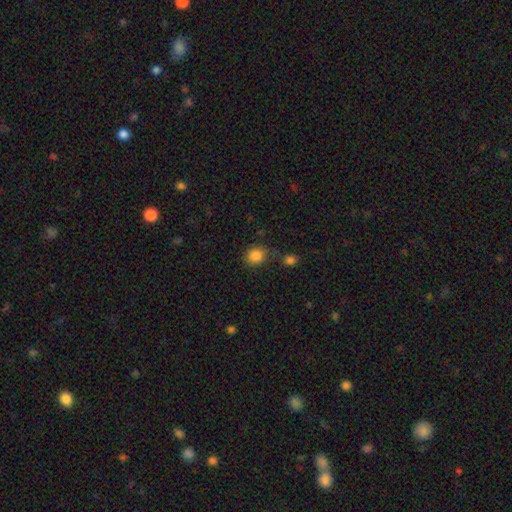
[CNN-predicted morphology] A smooth galaxy with no disk features (85%) that is round (71%).

Vote fractions:
- Smooth or featured? smooth: 85% / star or artifact: 11% / featured or disk: 5%
- How rounded? round: 71% / in between: 28% / cigar-shaped: 1%
- Merging? none: 76% / minor disturbance: 13% / merger: 7% / major disturbance: 4%